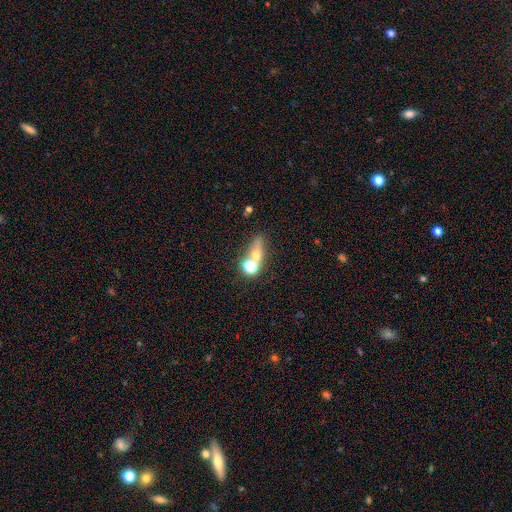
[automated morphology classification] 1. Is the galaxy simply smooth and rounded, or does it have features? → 55% smooth, 25% featured or disk, 20% star or artifact.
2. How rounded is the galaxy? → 44% in between, 43% round, 14% cigar-shaped.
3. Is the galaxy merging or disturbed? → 43% none, 40% merger, 10% minor disturbance, 7% major disturbance.